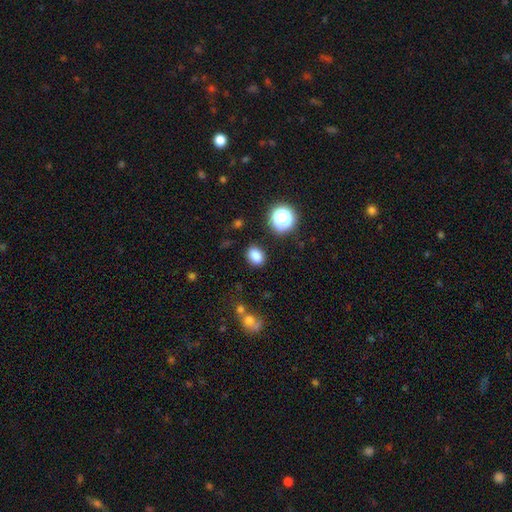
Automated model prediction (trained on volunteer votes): Q: Smooth or featured?
A: smooth (82%); runner-up: star or artifact (13%)
Q: How rounded?
A: in between (61%); runner-up: round (38%)
Q: Merging?
A: none (86%); runner-up: minor disturbance (9%)